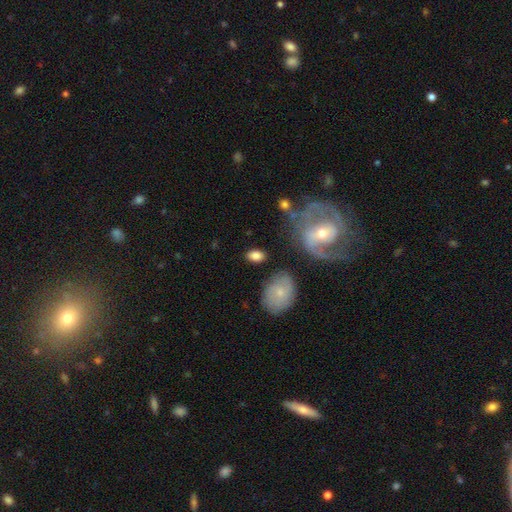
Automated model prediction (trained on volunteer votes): smooth_or_featured: smooth (p=0.81) [alt: featured or disk p=0.12]
how_rounded: in between (p=0.88) [alt: round p=0.09]
merging: none (p=0.79) [alt: minor disturbance p=0.12]